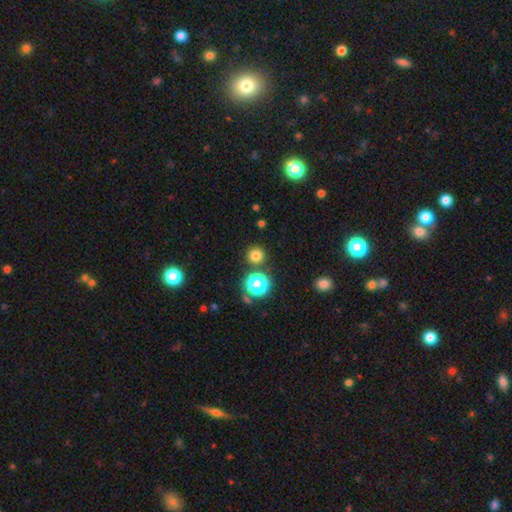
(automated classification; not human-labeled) Smooth or featured: smooth — 74% (star or artifact — 21%)
How rounded: round — 95% (in between — 4%)
Merging: none — 86% (minor disturbance — 6%)